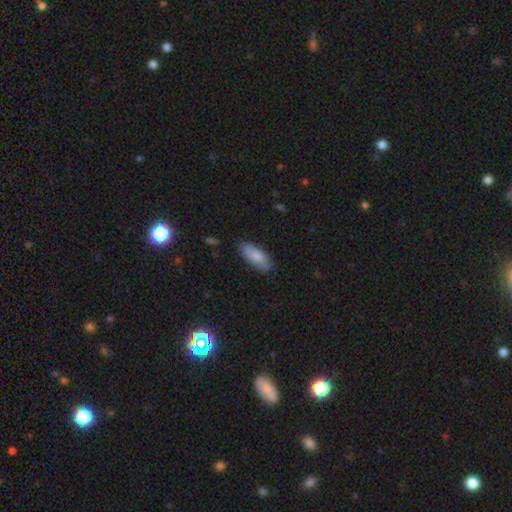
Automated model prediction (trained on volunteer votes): Smooth or featured?
  - smooth: 79% *
  - featured or disk: 15%
  - star or artifact: 6%
How rounded?
  - in between: 78% *
  - cigar-shaped: 20%
  - round: 2%
Merging?
  - none: 80% *
  - minor disturbance: 16%
  - major disturbance: 3%
  - merger: 1%